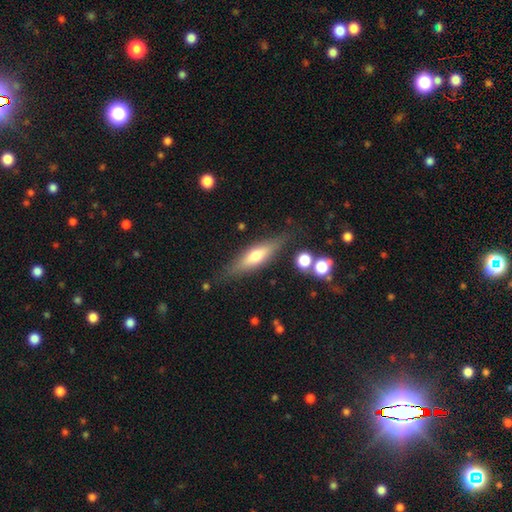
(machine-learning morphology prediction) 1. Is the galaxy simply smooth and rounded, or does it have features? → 49% smooth, 45% featured or disk, 7% star or artifact.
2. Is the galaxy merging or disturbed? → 79% none, 14% minor disturbance, 4% major disturbance, 3% merger.